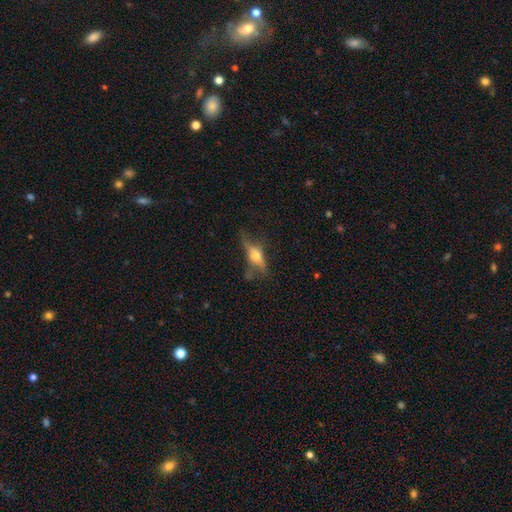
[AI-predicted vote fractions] This is possibly a featured or disk galaxy (58%). It is clearly viewed edge-on (81%). Merging: possibly none (56%).